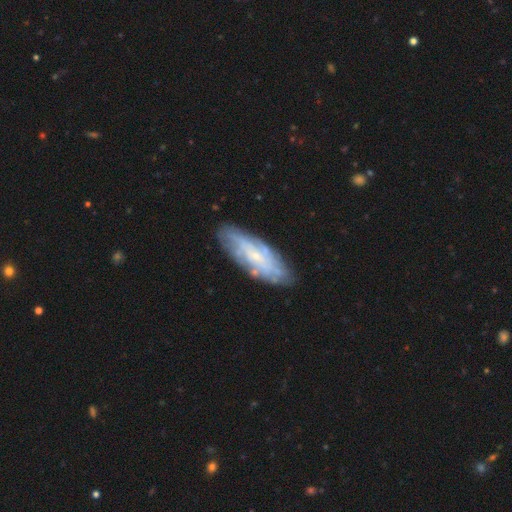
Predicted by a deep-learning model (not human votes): Morphology: type=featured or disk (65%); edge-on=no (77%); bar=no (67%); spiral arms=yes (73%); bulge=small (77%); merging=none (80%).